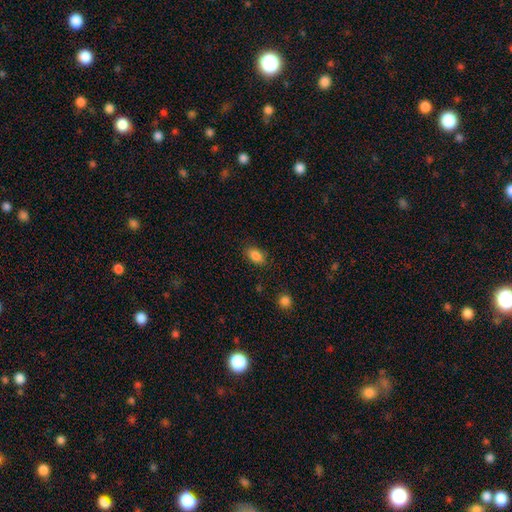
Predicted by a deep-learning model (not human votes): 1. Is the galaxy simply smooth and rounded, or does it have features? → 86% smooth, 9% star or artifact, 6% featured or disk.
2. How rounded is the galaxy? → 89% in between, 9% round, 2% cigar-shaped.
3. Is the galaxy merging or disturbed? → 84% none, 11% minor disturbance, 3% major disturbance, 1% merger.